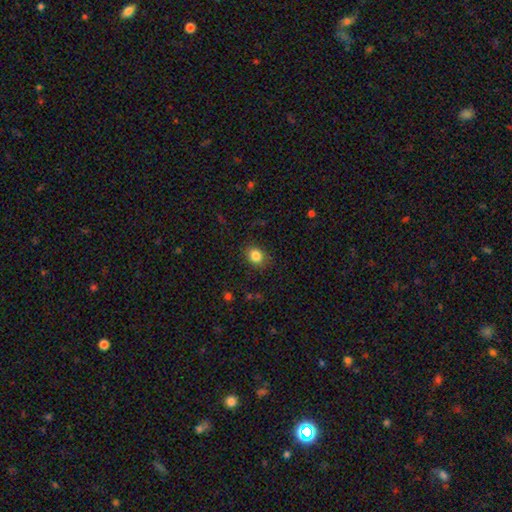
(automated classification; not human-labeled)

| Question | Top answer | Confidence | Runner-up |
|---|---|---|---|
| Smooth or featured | smooth | 85% | star or artifact (10%) |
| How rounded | round | 59% | in between (40%) |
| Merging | none | 85% | minor disturbance (11%) |